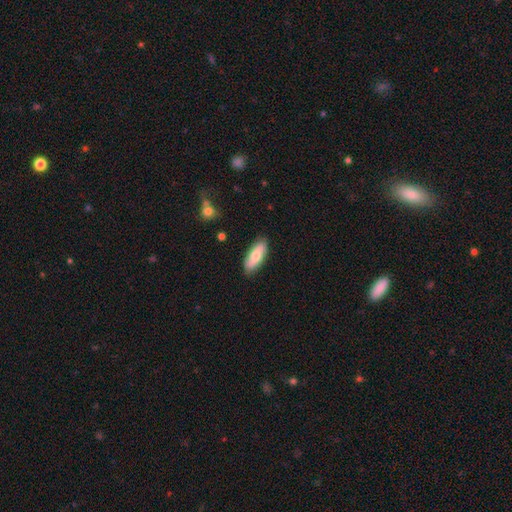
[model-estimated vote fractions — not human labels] Smooth or featured?
  - smooth: 68% *
  - featured or disk: 27%
  - star or artifact: 6%
How rounded?
  - in between: 77% *
  - cigar-shaped: 21%
  - round: 2%
Merging?
  - none: 86% *
  - minor disturbance: 11%
  - major disturbance: 2%
  - merger: 1%